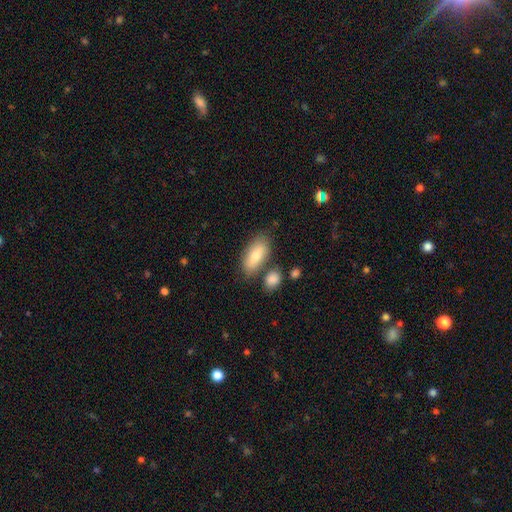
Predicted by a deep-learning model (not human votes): Overall: smooth (76%). How rounded: in between (89%). Merging: none (69%).